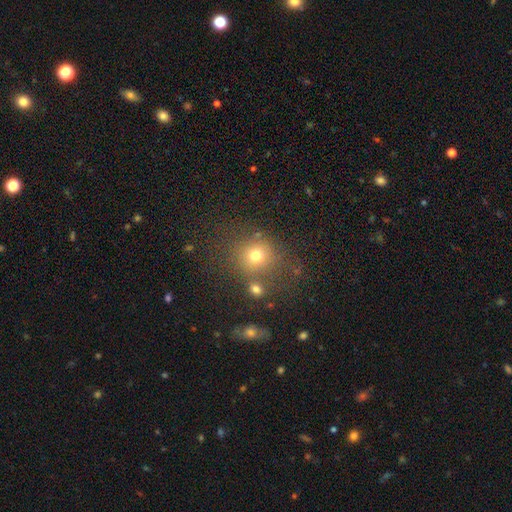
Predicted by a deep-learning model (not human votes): Smooth or featured? Predicted: smooth (p=0.72). How rounded? Predicted: round (p=0.83). Merging? Predicted: none (p=0.70).